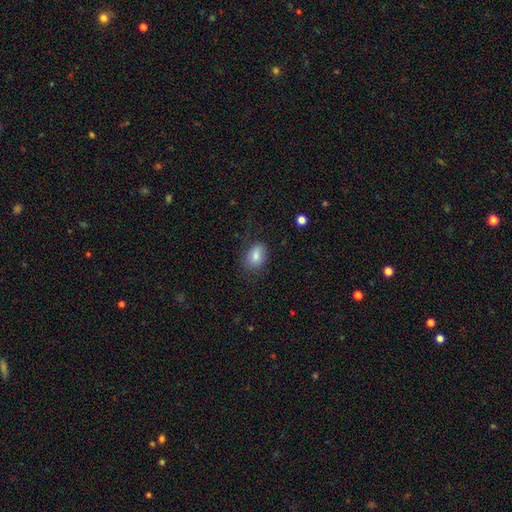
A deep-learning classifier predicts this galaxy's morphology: The model was most divided on "merging": none: 73%, minor disturbance: 19%, major disturbance: 6%, merger: 1%. More confident: smooth or featured — smooth (82%); how rounded — in between (80%).